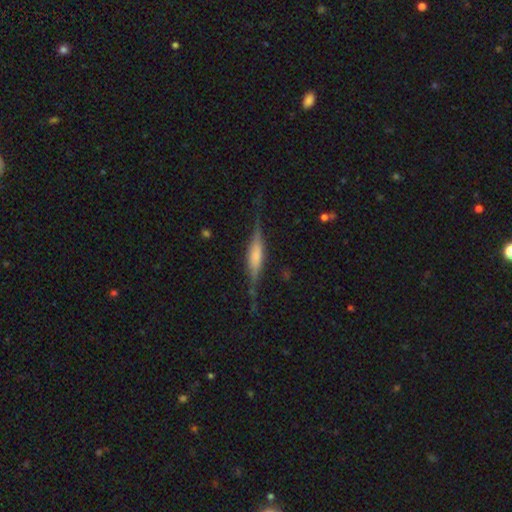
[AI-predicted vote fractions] This appears to be a featured or disk galaxy (69%) viewed edge-on (96%) with a rounded central bulge (47%). Merging: none (79%).